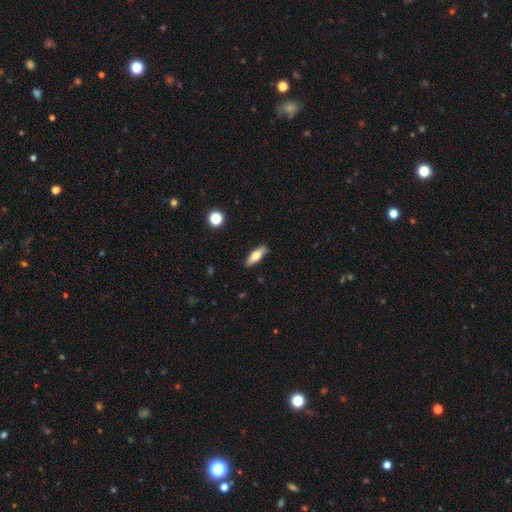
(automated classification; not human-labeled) This appears to be a smooth galaxy with no disk features (57%) that is in between round and cigar-shaped (50%). Merging: none (88%).